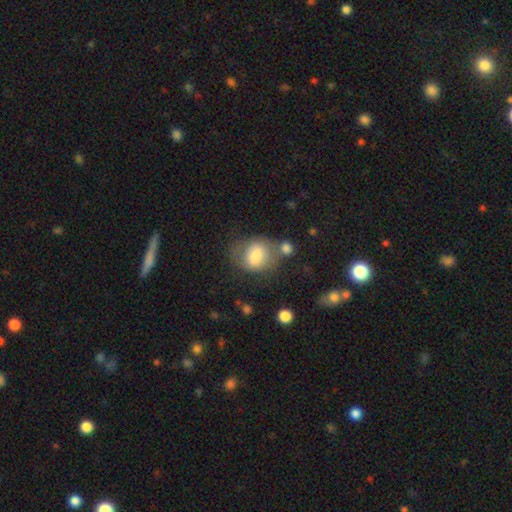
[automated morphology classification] Smooth or featured? smooth (69%)
How rounded? round (58%)
Merging? none (45%)